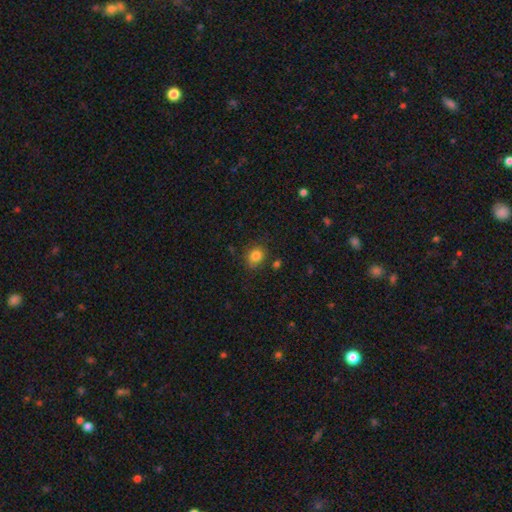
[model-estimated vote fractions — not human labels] smooth_or_featured: smooth (p=0.82) [alt: star or artifact p=0.11]
how_rounded: round (p=0.70) [alt: in between p=0.29]
merging: none (p=0.76) [alt: minor disturbance p=0.15]